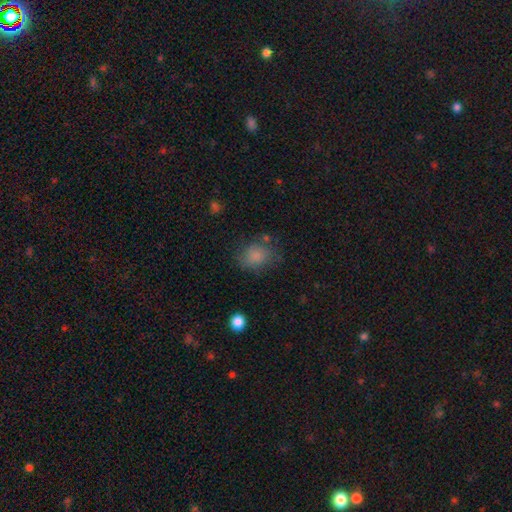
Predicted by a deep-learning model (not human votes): smooth-or-featured: smooth: 81% | star or artifact: 10% | featured or disk: 8%
  how-rounded: round: 51% | in between: 48% | cigar-shaped: 1%
  merging: none: 67% | minor disturbance: 21% | major disturbance: 9% | merger: 3%